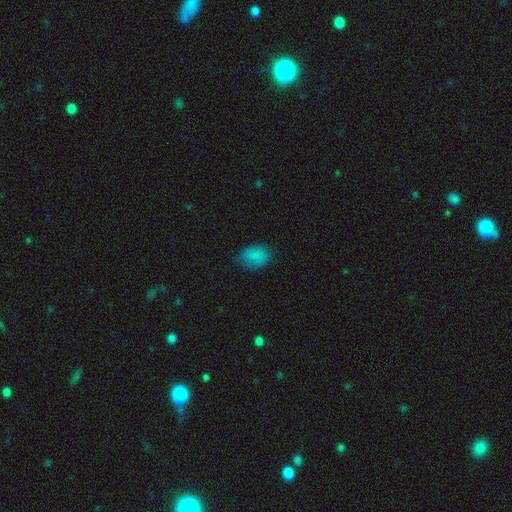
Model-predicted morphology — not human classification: This is clearly a smooth galaxy (82%). How rounded: likely in between (76%). Merging: likely none (73%).